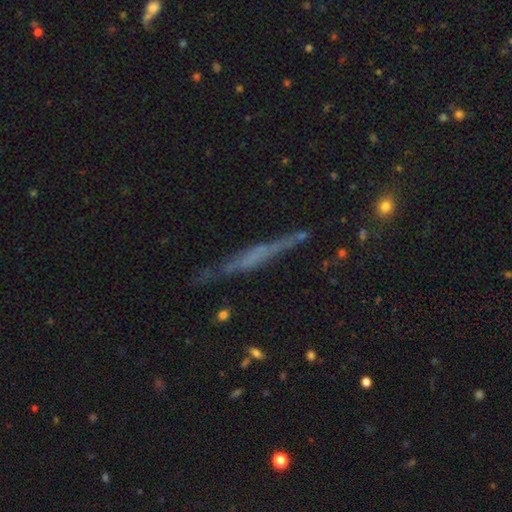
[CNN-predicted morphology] type=featured or disk (60%); edge-on=yes (93%); edge-on bulge=none (66%); merging=none (74%).